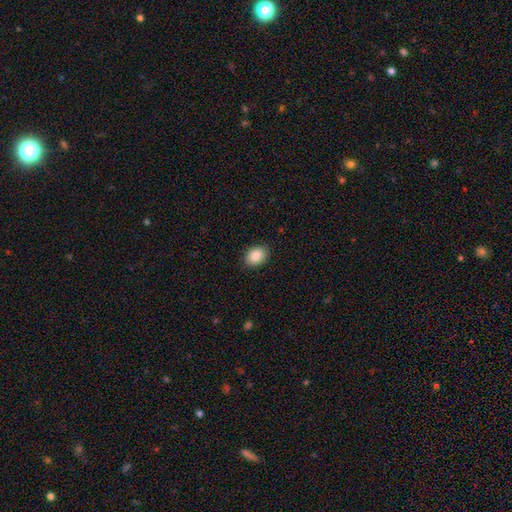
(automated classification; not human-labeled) A smooth galaxy with no disk features (87%) that is in between round and cigar-shaped (70%). Merging: none (88%).